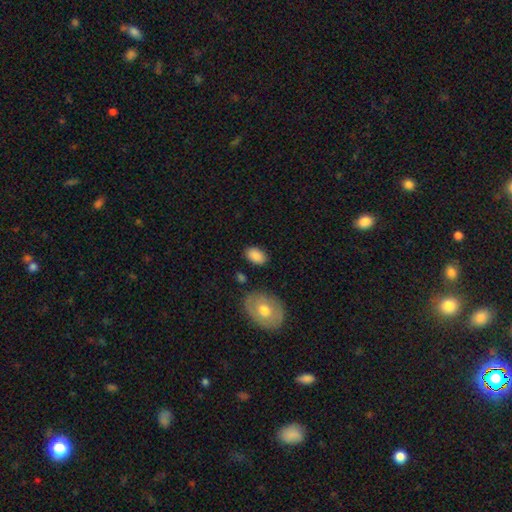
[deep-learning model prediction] This appears to be a smooth galaxy with no disk features (86%) that is in between round and cigar-shaped (90%). Merging: none (81%).